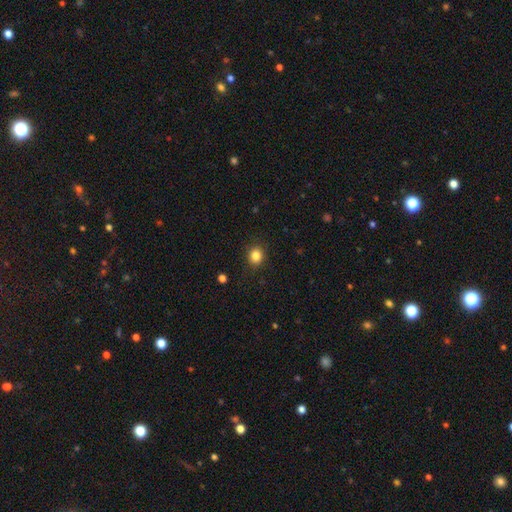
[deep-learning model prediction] This is clearly a smooth galaxy (84%). How rounded: likely round (77%). Merging: clearly none (88%).